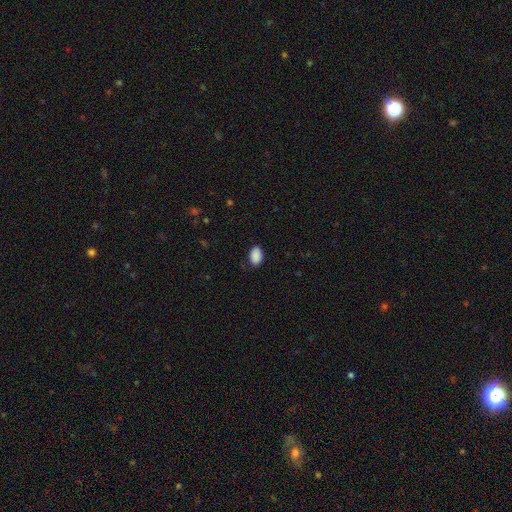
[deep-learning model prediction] This appears to be a smooth galaxy with no disk features (90%) that is in between round and cigar-shaped (89%). Merging: none (85%).